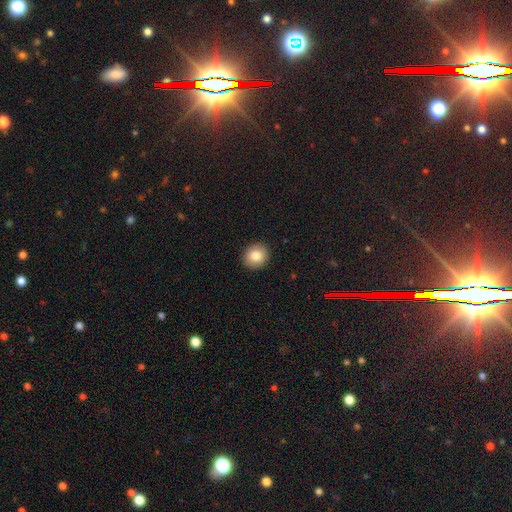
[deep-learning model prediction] Smooth or featured?
  - smooth: 84% *
  - star or artifact: 9%
  - featured or disk: 7%
How rounded?
  - round: 80% *
  - in between: 19%
  - cigar-shaped: 1%
Merging?
  - none: 92% *
  - minor disturbance: 6%
  - major disturbance: 2%
  - merger: 1%